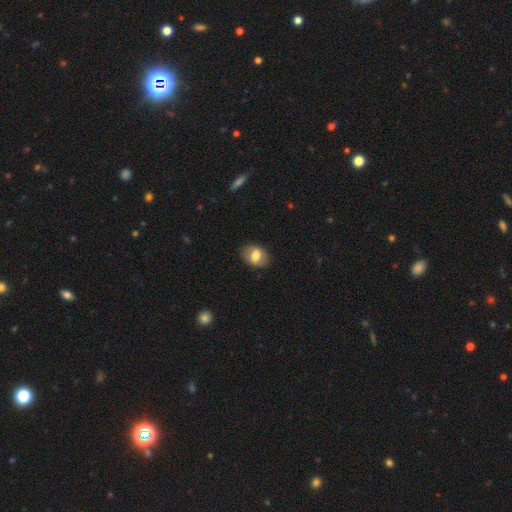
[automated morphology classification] smooth_or_featured: smooth (p=0.72) [alt: featured or disk p=0.21]
how_rounded: in between (p=0.71) [alt: round p=0.28]
merging: none (p=0.84) [alt: minor disturbance p=0.11]